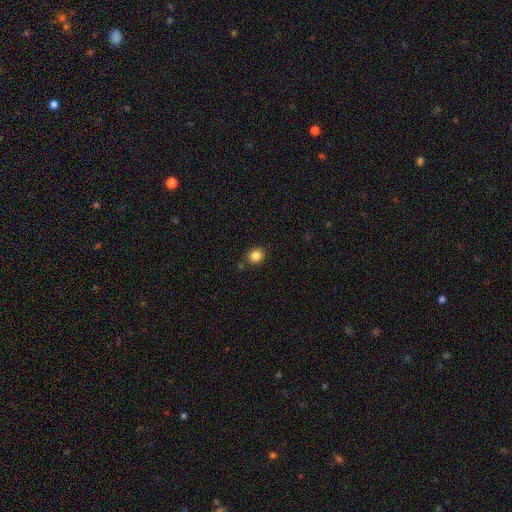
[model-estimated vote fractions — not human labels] Smooth or featured?
  - smooth: 85% *
  - star or artifact: 11%
  - featured or disk: 4%
How rounded?
  - round: 74% *
  - in between: 25%
  - cigar-shaped: 1%
Merging?
  - none: 83% *
  - minor disturbance: 10%
  - merger: 4%
  - major disturbance: 3%